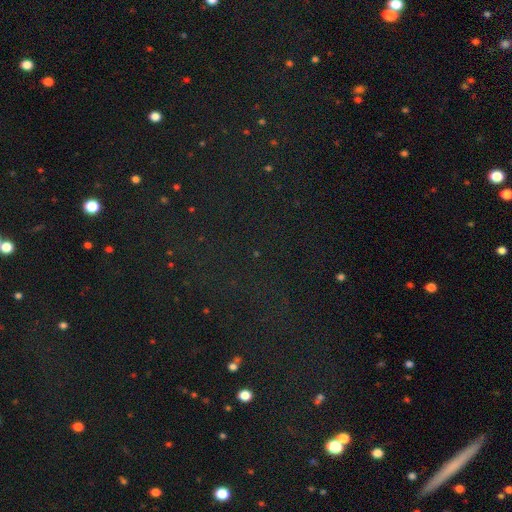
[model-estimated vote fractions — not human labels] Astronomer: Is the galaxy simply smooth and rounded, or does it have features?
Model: star or artifact — 75%.